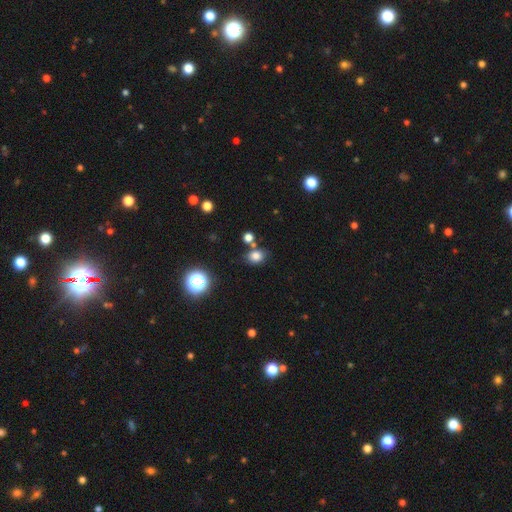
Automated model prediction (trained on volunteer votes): This is likely a smooth galaxy (78%). How rounded: possibly round (56%). Merging: likely none (70%).